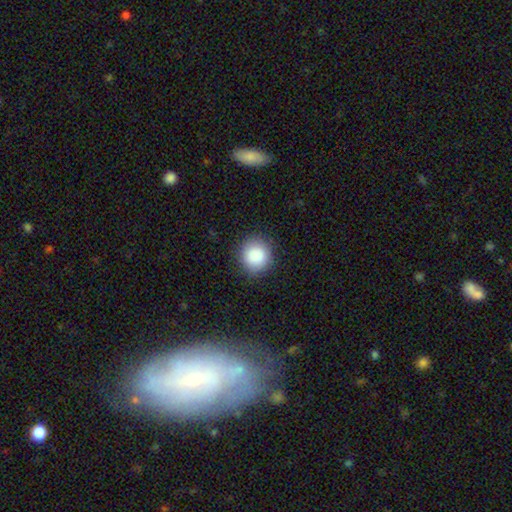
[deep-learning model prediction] smooth 88%, star or artifact 8%, featured or disk 4%. Down the decision tree: how rounded — round (92%); merging — none (90%).